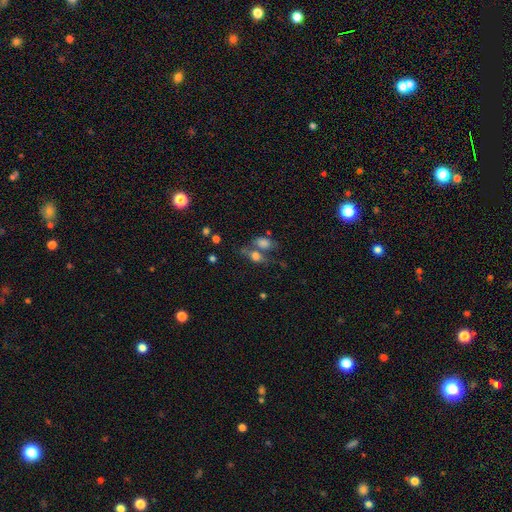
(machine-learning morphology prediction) The model was most divided on "merging": none: 41%, merger: 35%, minor disturbance: 14%, major disturbance: 10%. More confident: how rounded — in between (68%); smooth or featured — smooth (63%).